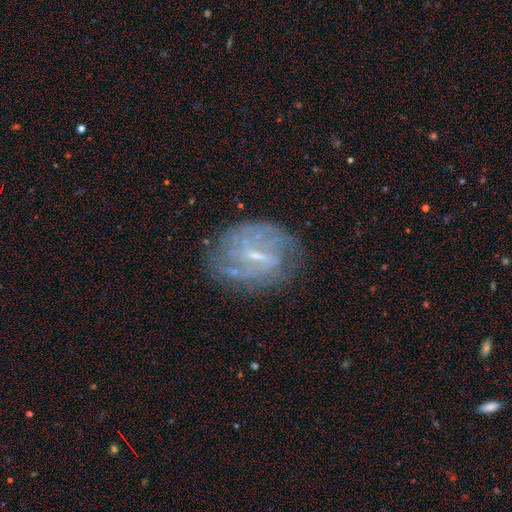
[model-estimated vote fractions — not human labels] A featured or disk galaxy (77%) with a weak bar (53%), tight (52%) spiral arms (81%) and a small central bulge (62%).

Vote fractions:
- Smooth or featured? featured or disk: 77% / smooth: 14% / star or artifact: 9%
- Edge-on disk? no: 96% / yes: 4%
- Bar? weak: 53% / strong: 31% / no: 15%
- Spiral arms? yes: 81% / no: 19%
- Spiral winding? tight: 52% / medium: 34% / loose: 14%
- Spiral arm count? can't tell: 47% / 2: 27% / 3: 10% / 4: 6% / 1: 5% / more than 4: 4%
- Bulge size? small: 62% / moderate: 21% / none: 15% / large: 1% / dominant: 1%
- Merging? none: 71% / minor disturbance: 18% / major disturbance: 9% / merger: 2%